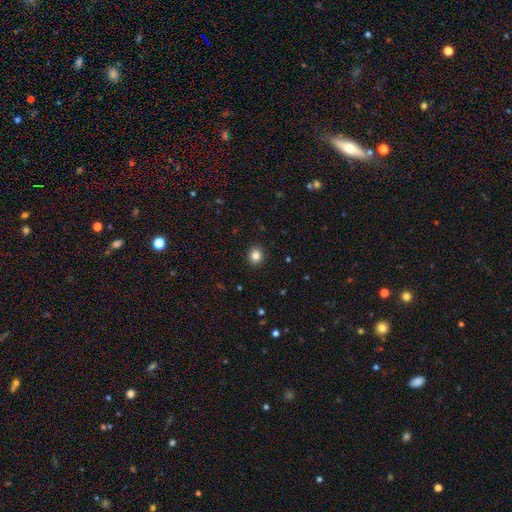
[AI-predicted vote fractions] A smooth galaxy with no disk features (84%) that is round (76%). Merging: none (91%).